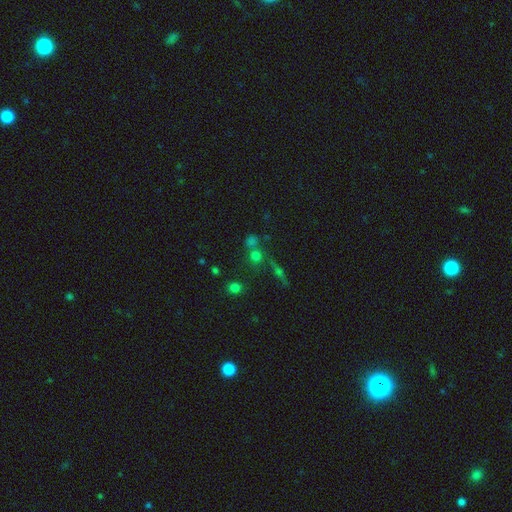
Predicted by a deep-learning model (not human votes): A smooth galaxy with no disk features (57%) that is round (85%). Merging: none (58%).